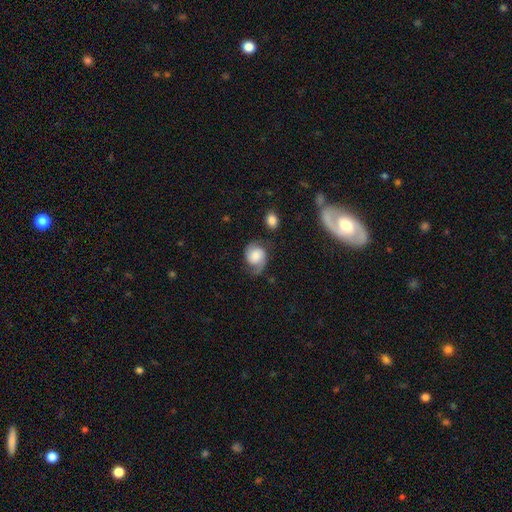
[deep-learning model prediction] Smooth or featured: featured or disk — 65% (smooth — 26%)
Edge-on disk: no — 98% (yes — 2%)
Bar: no — 63% (weak — 31%)
Spiral arms: yes — 94% (no — 6%)
Spiral winding: medium — 47% (loose — 27%)
Spiral arm count: 2 — 87% (1 — 6%)
Bulge size: large — 31% (moderate — 28%)
Merging: none — 64% (minor disturbance — 22%)